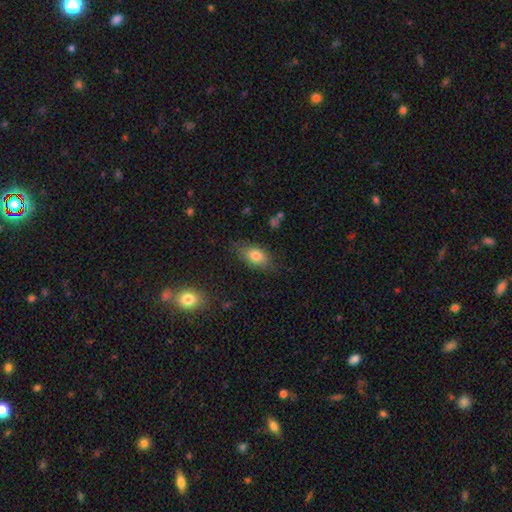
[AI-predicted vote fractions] Smooth or featured?
  - smooth: 78% *
  - featured or disk: 13%
  - star or artifact: 9%
How rounded?
  - in between: 87% *
  - round: 10%
  - cigar-shaped: 3%
Merging?
  - none: 73% *
  - minor disturbance: 20%
  - major disturbance: 5%
  - merger: 2%